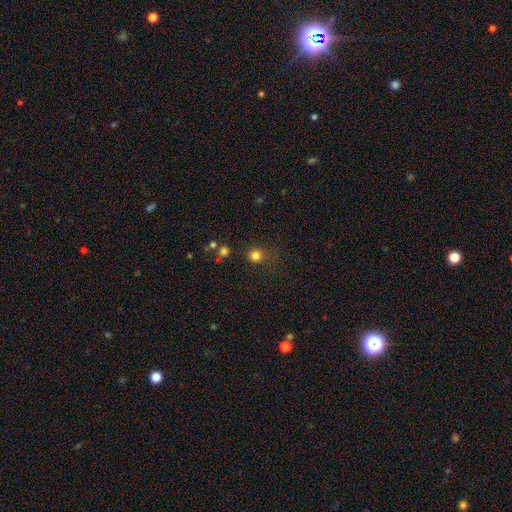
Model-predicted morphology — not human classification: This appears to be a smooth galaxy with no disk features (79%) that is round (91%). Merging: none (79%).